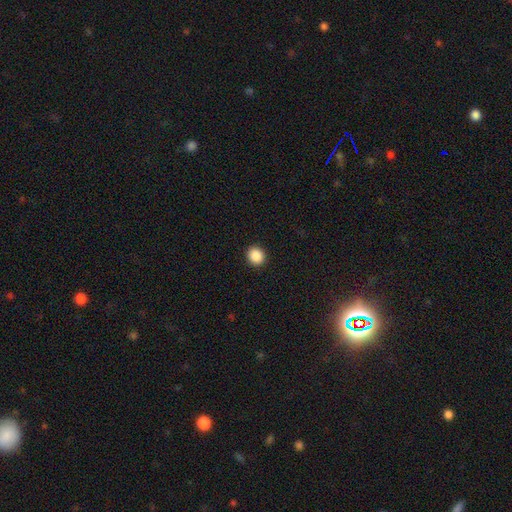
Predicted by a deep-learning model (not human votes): Smooth or featured? Predicted: smooth (p=0.89). How rounded? Predicted: round (p=0.85). Merging? Predicted: none (p=0.93).